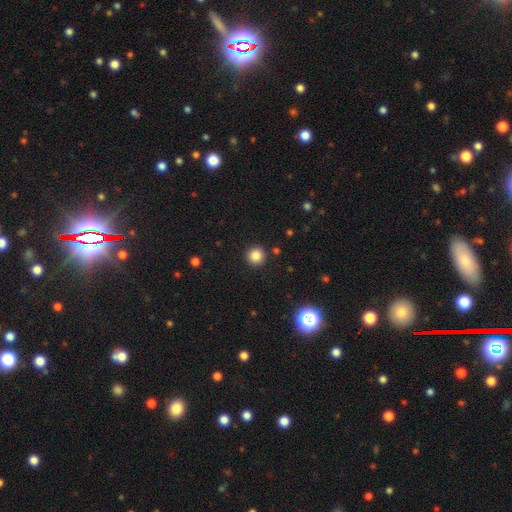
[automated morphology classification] smooth_or_featured: smooth (p=0.84) [alt: star or artifact p=0.11]
how_rounded: round (p=0.95) [alt: in between p=0.04]
merging: none (p=0.92) [alt: minor disturbance p=0.05]